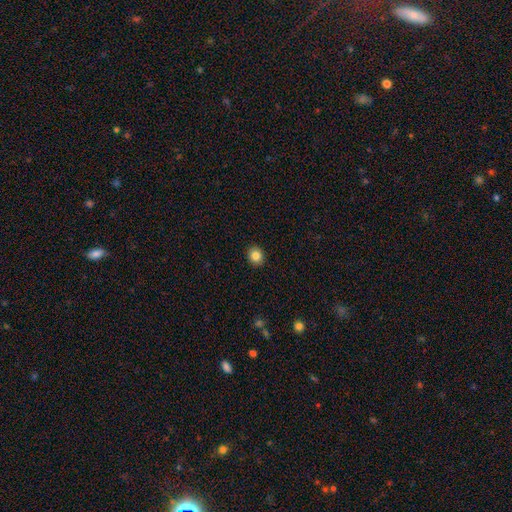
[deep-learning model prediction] Smooth or featured?
  - smooth: 84% *
  - star or artifact: 10%
  - featured or disk: 6%
How rounded?
  - round: 75% *
  - in between: 24%
  - cigar-shaped: 1%
Merging?
  - none: 92% *
  - minor disturbance: 6%
  - major disturbance: 2%
  - merger: 1%